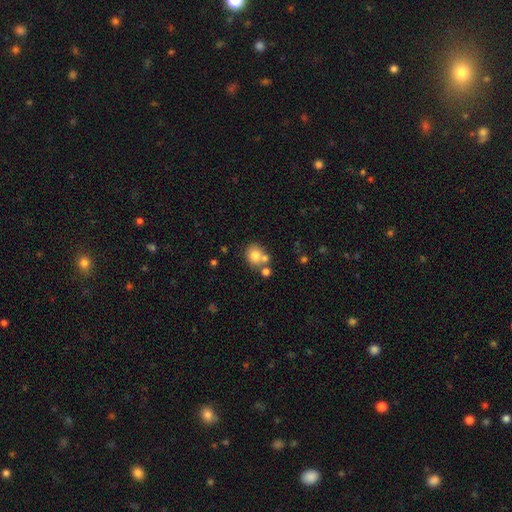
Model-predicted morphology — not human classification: smooth_or_featured: smooth (p=0.77) [alt: featured or disk p=0.11]
how_rounded: round (p=0.76) [alt: in between p=0.23]
merging: none (p=0.55) [alt: merger p=0.30]